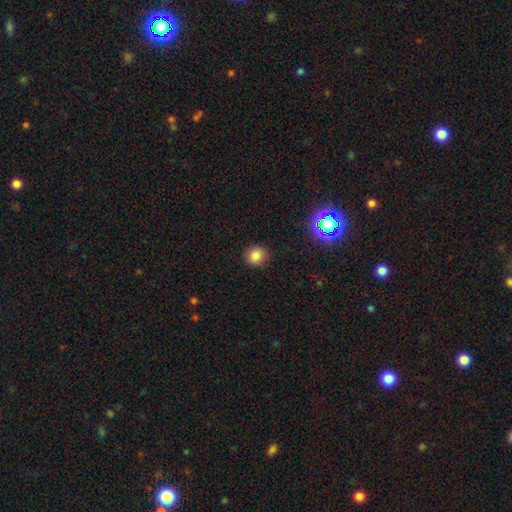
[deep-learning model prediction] A smooth galaxy with no disk features (81%) that is round (85%). Merging: none (89%).